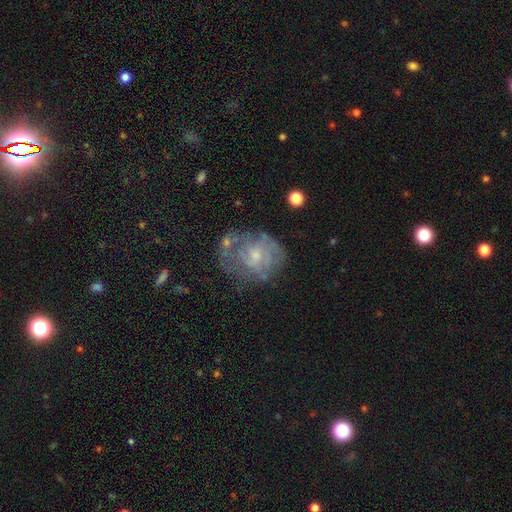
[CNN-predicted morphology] type=featured or disk (64%); edge-on=no (97%); bar=no (69%); spiral arms=yes (56%); bulge=small (54%); merging=none (48%).